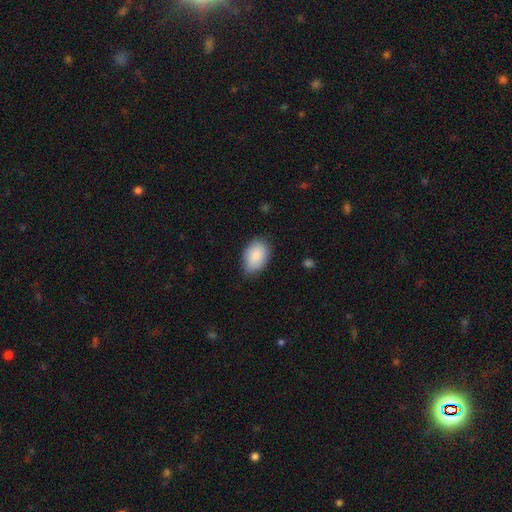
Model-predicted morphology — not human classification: smooth 87%, featured or disk 7%, star or artifact 6%. Down the decision tree: how rounded — in between (86%); merging — none (74%).